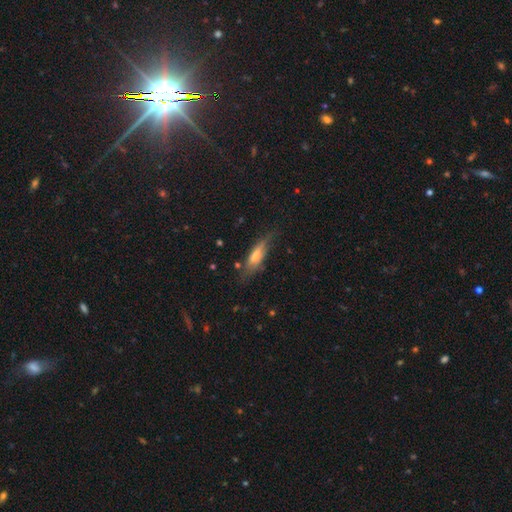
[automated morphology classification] This appears to be a smooth galaxy with no disk features (48%). Merging: none (64%).